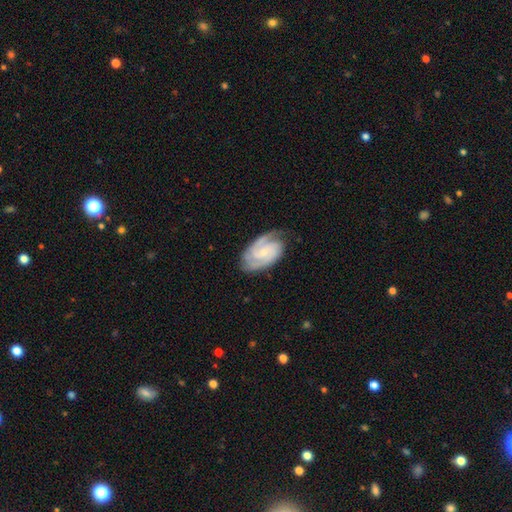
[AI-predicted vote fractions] Morphology: type=featured or disk (88%); edge-on=no (97%); bar=no (55%); spiral arms=yes (98%); winding=tight (57%); arm count=2 (60%); bulge=small (66%); merging=none (75%).